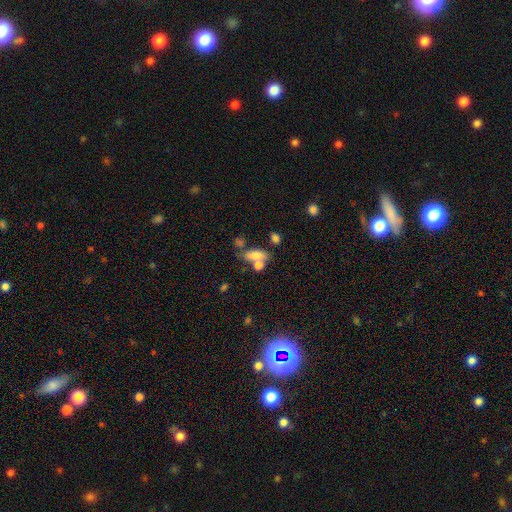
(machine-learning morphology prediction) type=smooth (74%); roundness=in between (75%); merging=none (43%).